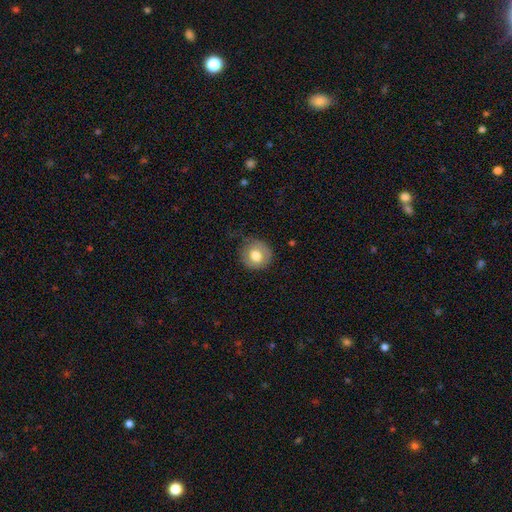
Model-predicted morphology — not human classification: smooth 74%, featured or disk 18%, star or artifact 8%. Down the decision tree: how rounded — round (88%); merging — none (74%).